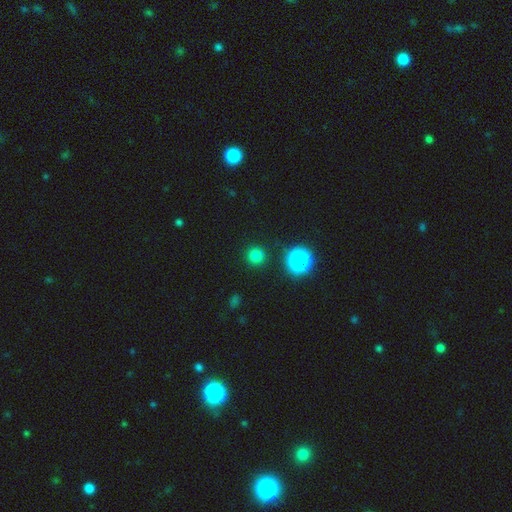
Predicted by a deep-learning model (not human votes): Smooth or featured? Predicted: smooth (p=0.77). How rounded? Predicted: round (p=0.95). Merging? Predicted: none (p=0.91).